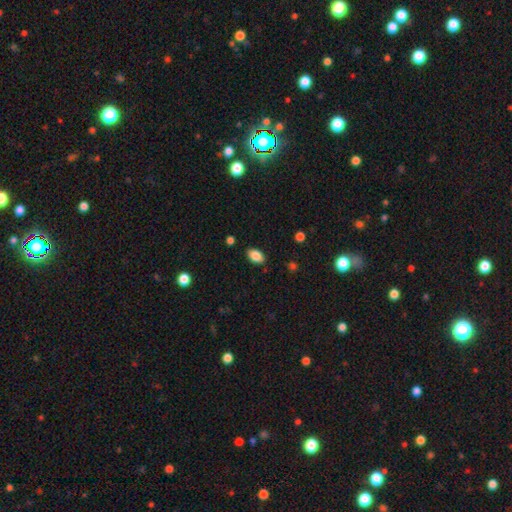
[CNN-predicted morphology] A smooth galaxy with no disk features (86%) that is in between round and cigar-shaped (90%). Merging: none (86%).